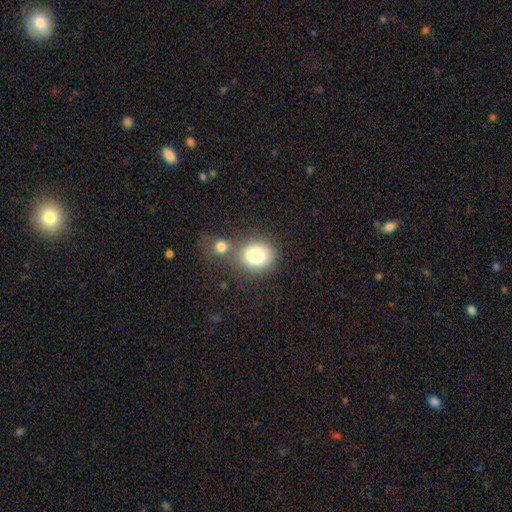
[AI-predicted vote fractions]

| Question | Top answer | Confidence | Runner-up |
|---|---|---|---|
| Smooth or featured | smooth | 82% | featured or disk (9%) |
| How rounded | round | 72% | in between (27%) |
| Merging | none | 56% | merger (28%) |